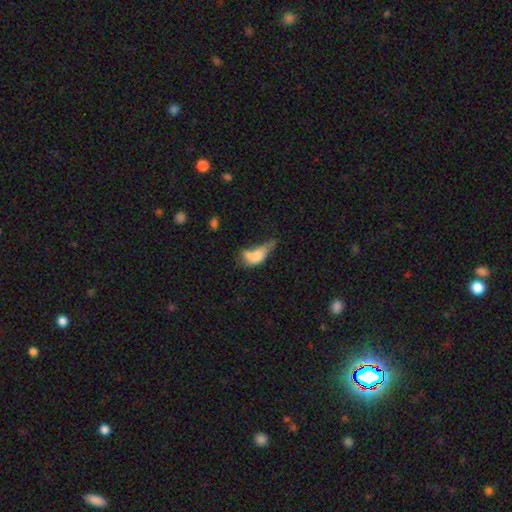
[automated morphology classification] The model was most divided on "merging": merger: 37%, major disturbance: 29%, minor disturbance: 18%, none: 16%. More confident: how rounded — in between (80%); smooth or featured — smooth (59%).